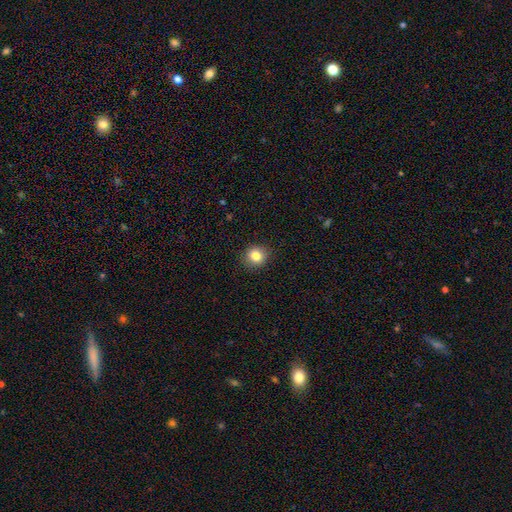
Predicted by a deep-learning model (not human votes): A smooth galaxy with no disk features (84%) that is round (86%).

Vote fractions:
- Smooth or featured? smooth: 84% / star or artifact: 10% / featured or disk: 6%
- How rounded? round: 86% / in between: 13% / cigar-shaped: 1%
- Merging? none: 90% / minor disturbance: 7% / major disturbance: 2% / merger: 1%